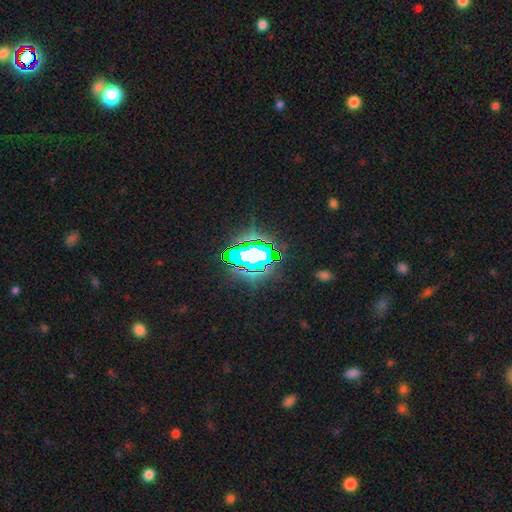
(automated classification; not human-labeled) Smooth or featured? Predicted: star or artifact (p=0.77).